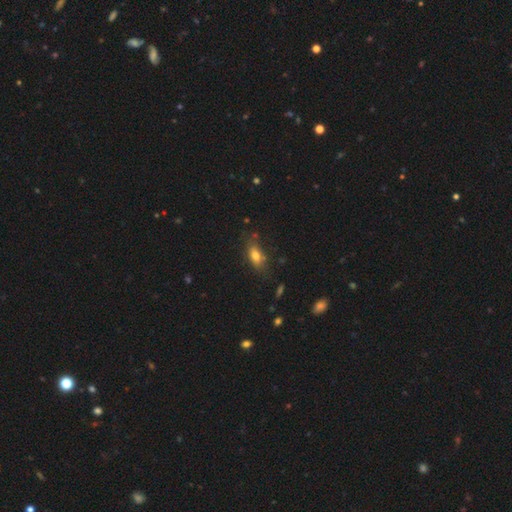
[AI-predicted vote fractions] This is likely a smooth galaxy (75%). How rounded: clearly in between (81%). Merging: likely none (71%).